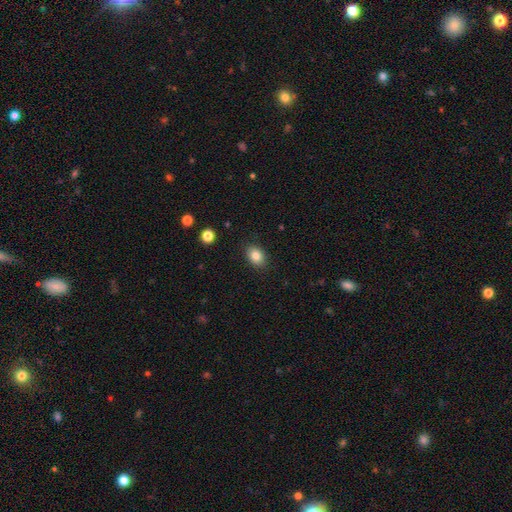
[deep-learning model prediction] Smooth or featured? smooth (84%)
How rounded? in between (72%)
Merging? none (88%)